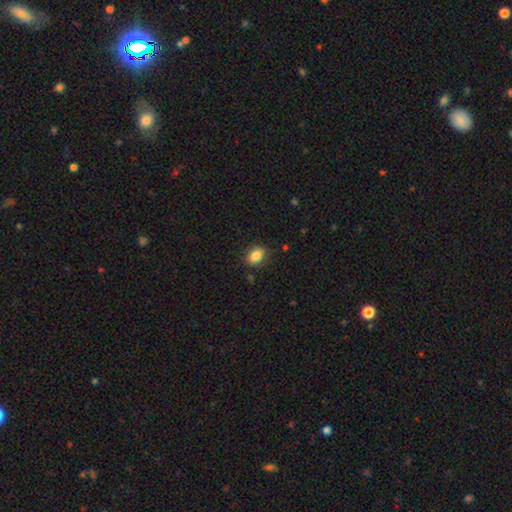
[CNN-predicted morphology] Q: Smooth or featured?
A: smooth (84%); runner-up: star or artifact (9%)
Q: How rounded?
A: in between (72%); runner-up: round (26%)
Q: Merging?
A: none (84%); runner-up: minor disturbance (12%)